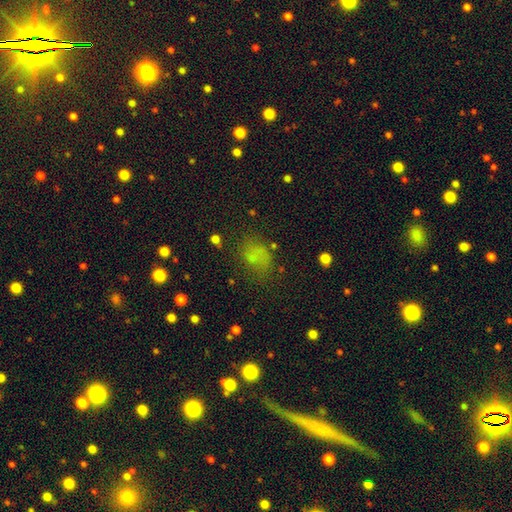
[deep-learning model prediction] A smooth galaxy with no disk features (60%) that is in between round and cigar-shaped (60%).

Vote fractions:
- Smooth or featured? smooth: 60% / star or artifact: 22% / featured or disk: 17%
- How rounded? in between: 60% / round: 38% / cigar-shaped: 2%
- Merging? none: 52% / minor disturbance: 23% / major disturbance: 20% / merger: 4%